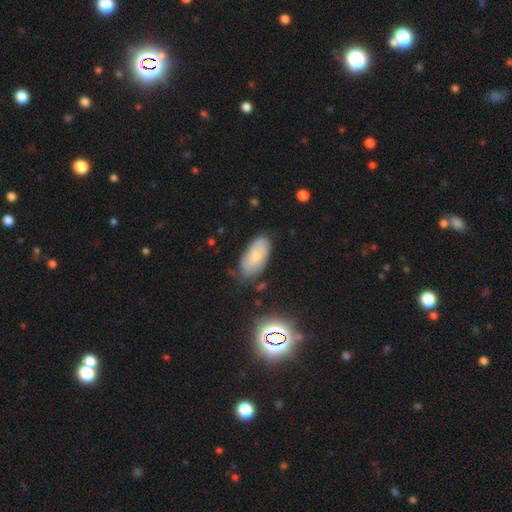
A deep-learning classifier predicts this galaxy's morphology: smooth 62%, featured or disk 28%, star or artifact 10%. Down the decision tree: how rounded — in between (93%); merging — none (69%).